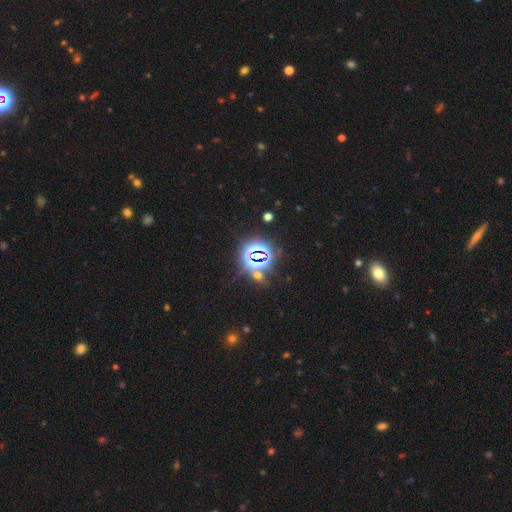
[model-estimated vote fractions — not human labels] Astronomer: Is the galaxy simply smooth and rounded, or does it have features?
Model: star or artifact — 79%.